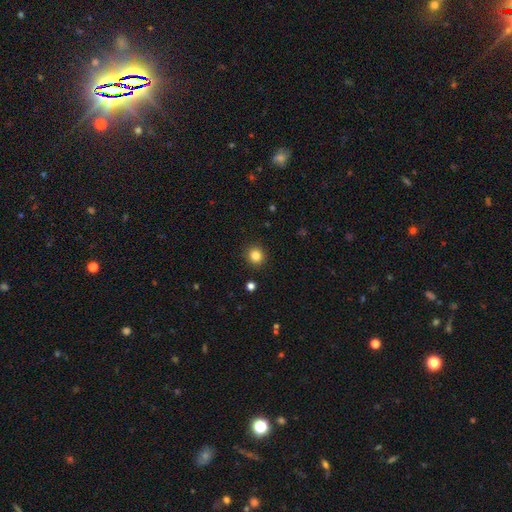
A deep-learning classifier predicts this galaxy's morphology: smooth 83%, star or artifact 12%, featured or disk 5%. Down the decision tree: how rounded — round (90%); merging — none (92%).